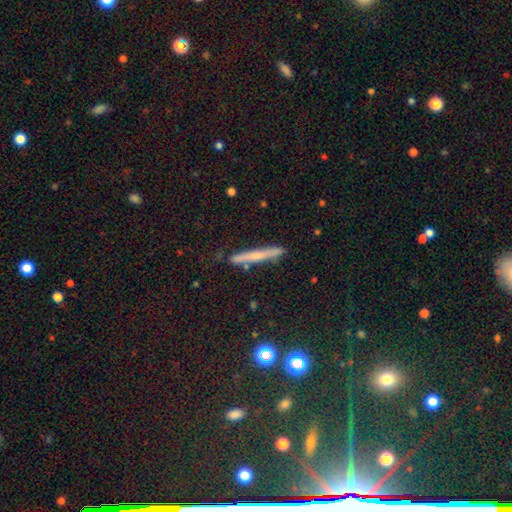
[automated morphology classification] This is possibly a featured or disk galaxy (46%). Merging: clearly none (85%).